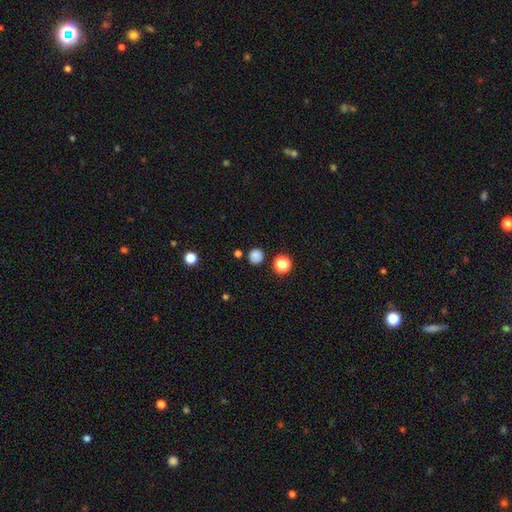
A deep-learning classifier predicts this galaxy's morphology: smooth_or_featured: smooth (p=0.81) [alt: star or artifact p=0.14]
how_rounded: round (p=0.90) [alt: in between p=0.09]
merging: none (p=0.83) [alt: minor disturbance p=0.09]